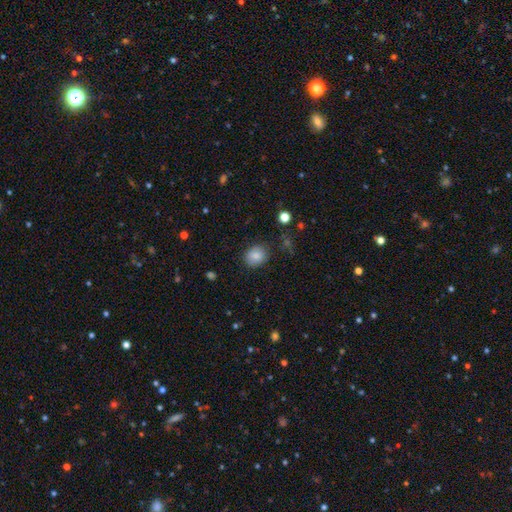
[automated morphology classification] smooth-or-featured: smooth: 85% | star or artifact: 9% | featured or disk: 6%
  how-rounded: round: 64% | in between: 35% | cigar-shaped: 1%
  merging: none: 84% | minor disturbance: 11% | major disturbance: 3% | merger: 2%